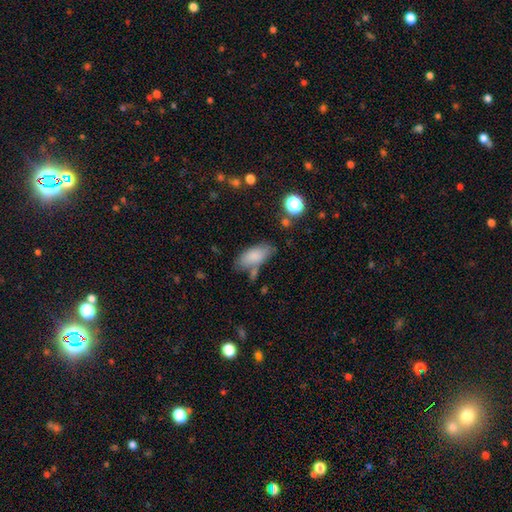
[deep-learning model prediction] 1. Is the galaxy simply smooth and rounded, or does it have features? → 82% smooth, 10% featured or disk, 8% star or artifact.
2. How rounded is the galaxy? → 88% in between, 9% cigar-shaped, 3% round.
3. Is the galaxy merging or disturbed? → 61% none, 21% minor disturbance, 11% merger, 7% major disturbance.